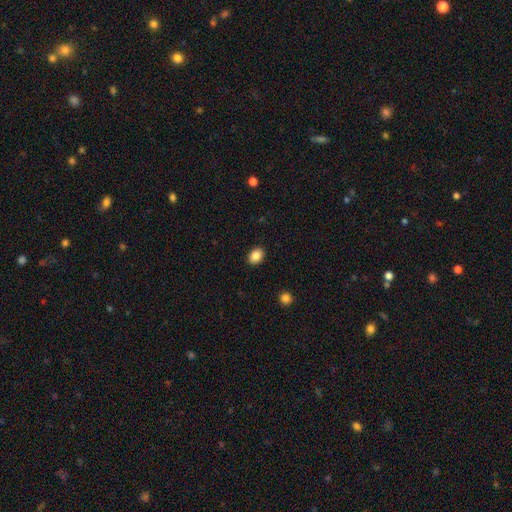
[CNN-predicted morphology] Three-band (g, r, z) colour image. It shows a smooth galaxy with no disk features (86%) that is in between round and cigar-shaped (70%). Merging: none (90%).